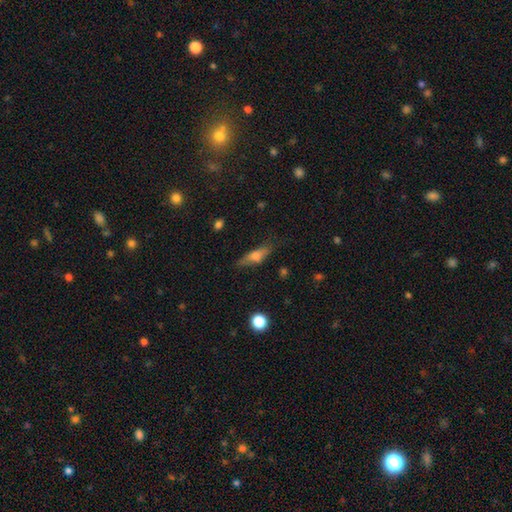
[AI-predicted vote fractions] Smooth or featured? Predicted: smooth (p=0.58). How rounded? Predicted: cigar-shaped (p=0.54). Merging? Predicted: none (p=0.72).